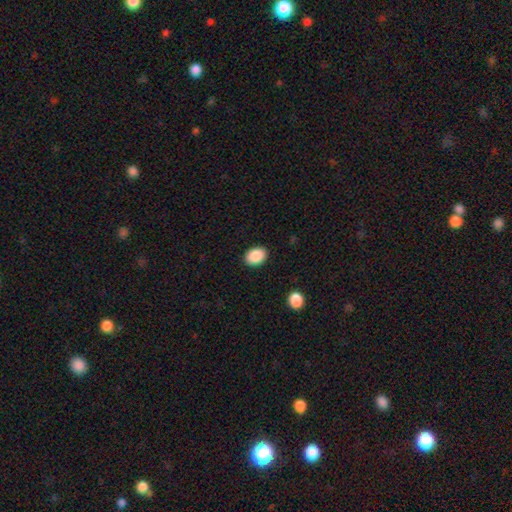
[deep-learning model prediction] Overall: smooth (90%). How rounded: in between (75%). Merging: none (89%).